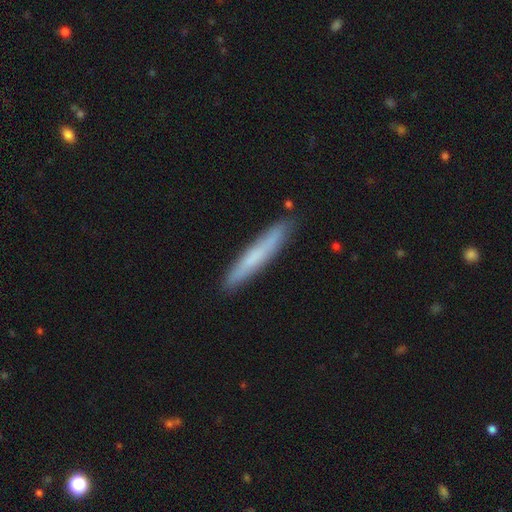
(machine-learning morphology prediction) smooth 60%, featured or disk 33%, star or artifact 7%. Down the decision tree: how rounded — cigar-shaped (94%); merging — none (87%).